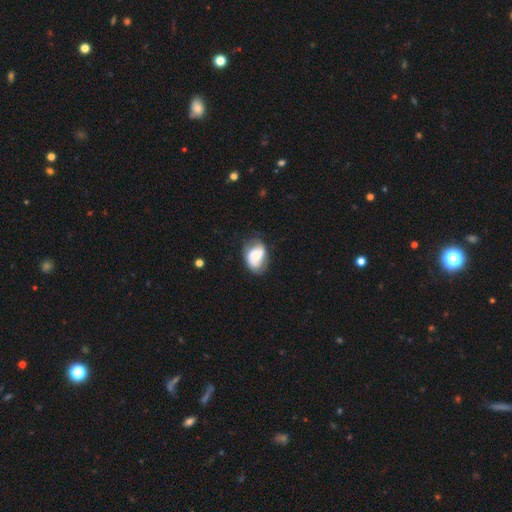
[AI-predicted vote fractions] smooth_or_featured: featured or disk (p=0.47) [alt: smooth p=0.45]
merging: none (p=0.56) [alt: minor disturbance p=0.29]